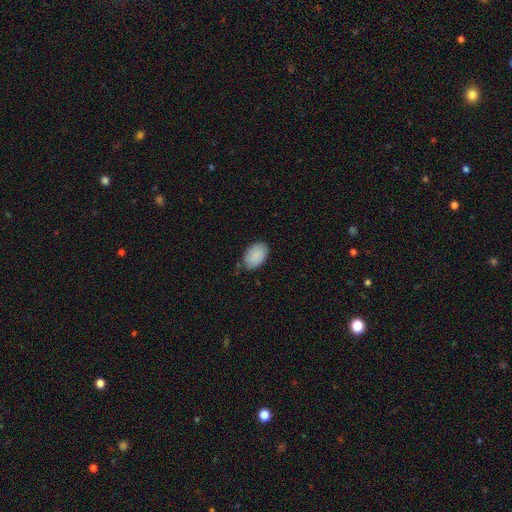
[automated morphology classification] smooth-or-featured: smooth: 87% | featured or disk: 7% | star or artifact: 6%
  how-rounded: in between: 90% | round: 9% | cigar-shaped: 1%
  merging: none: 75% | minor disturbance: 20% | major disturbance: 3% | merger: 2%